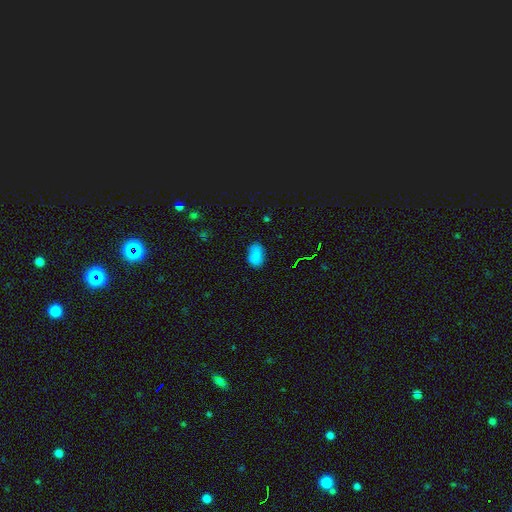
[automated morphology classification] smooth 84%, star or artifact 11%, featured or disk 4%. Down the decision tree: how rounded — in between (90%); merging — none (80%).